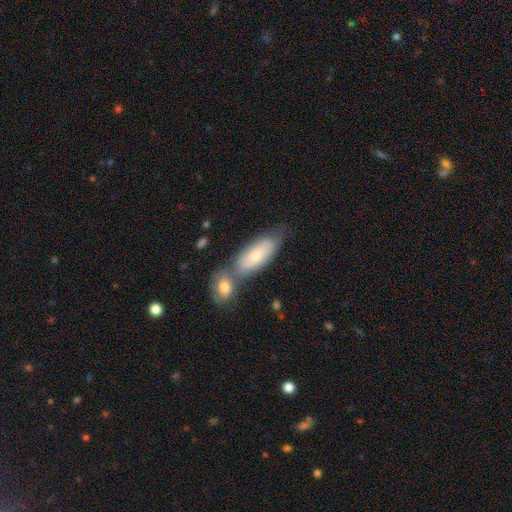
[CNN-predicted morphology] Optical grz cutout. It shows a smooth galaxy with no disk features (70%) that is in between round and cigar-shaped (77%). Merging: merger (42%).